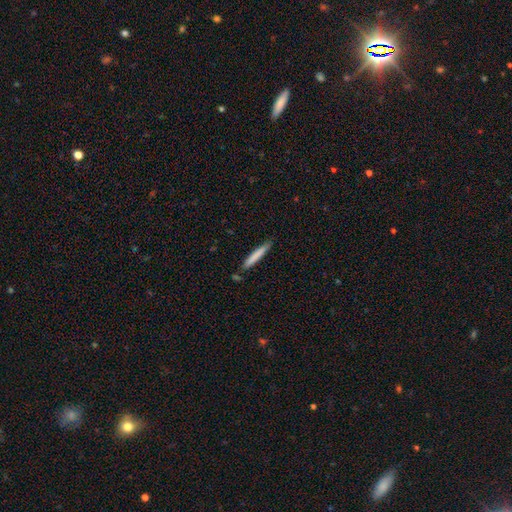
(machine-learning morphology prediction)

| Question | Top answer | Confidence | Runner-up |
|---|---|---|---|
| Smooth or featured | smooth | 76% | featured or disk (18%) |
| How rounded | cigar-shaped | 96% | in between (3%) |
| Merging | none | 82% | minor disturbance (12%) |